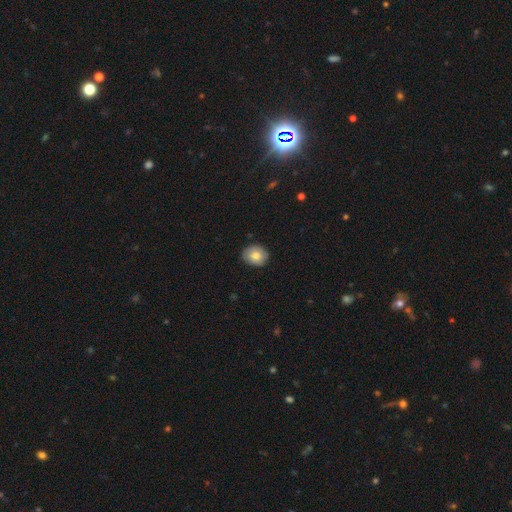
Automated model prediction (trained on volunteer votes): The model was most divided on "how rounded": round: 61%, in between: 39%, cigar-shaped: 1%. More confident: merging — none (82%); smooth or featured — smooth (77%).